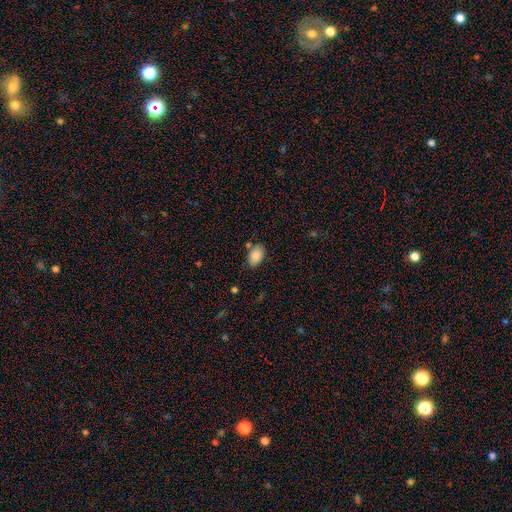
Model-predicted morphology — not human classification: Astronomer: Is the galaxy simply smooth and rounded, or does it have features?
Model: smooth — 85%.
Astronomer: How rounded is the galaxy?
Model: in between — 90%.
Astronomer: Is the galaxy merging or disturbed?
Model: none — 76%.